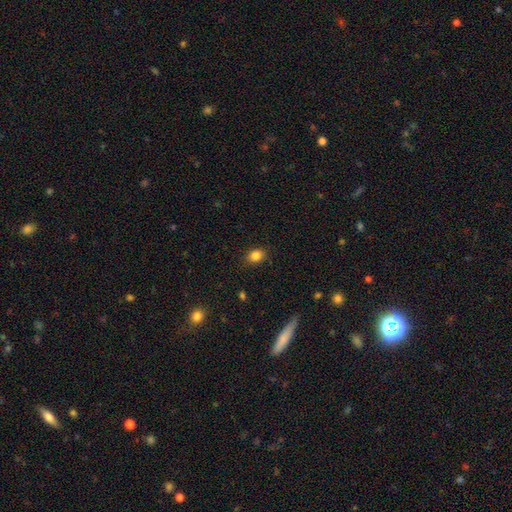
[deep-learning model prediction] Overall: smooth (85%). How rounded: in between (52%; round 47%). Merging: none (86%).